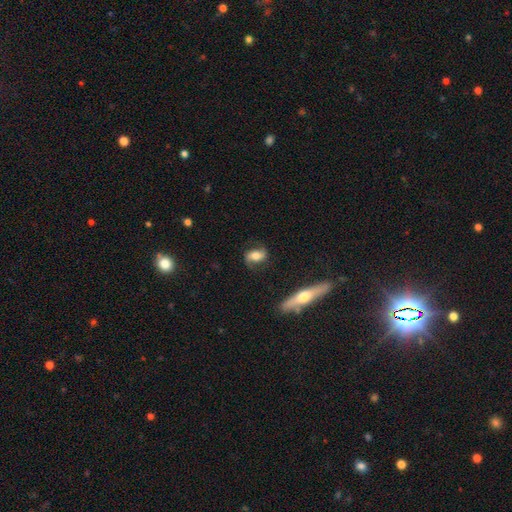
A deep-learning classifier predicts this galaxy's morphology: This is likely a featured or disk galaxy (62%). It is clearly not viewed edge-on (89%). Bar: marginally no (45%). Spiral arm pattern: clearly yes (89%). Central bulge: possibly moderate (55%). Merging: likely none (76%).